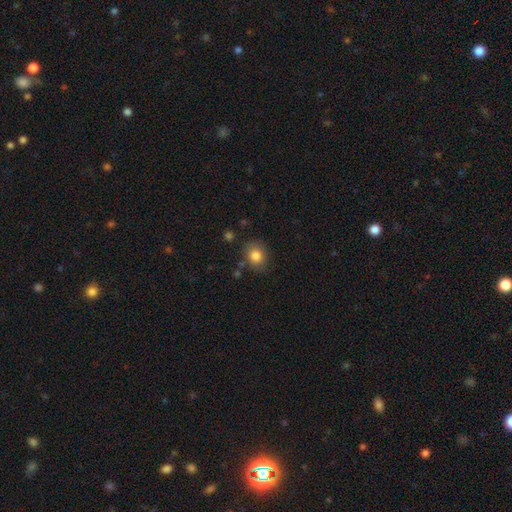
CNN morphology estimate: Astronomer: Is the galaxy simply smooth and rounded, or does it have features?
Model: smooth — 83%.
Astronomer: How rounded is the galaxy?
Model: round — 61% (runner-up: in between, 38%).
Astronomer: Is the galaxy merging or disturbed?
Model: none — 78%.